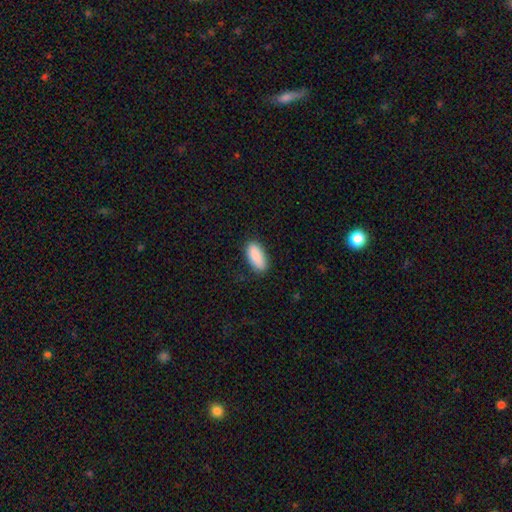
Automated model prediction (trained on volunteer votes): Smooth or featured?
  - smooth: 90% *
  - star or artifact: 6%
  - featured or disk: 4%
How rounded?
  - in between: 86% *
  - cigar-shaped: 12%
  - round: 2%
Merging?
  - none: 84% *
  - minor disturbance: 12%
  - major disturbance: 3%
  - merger: 1%